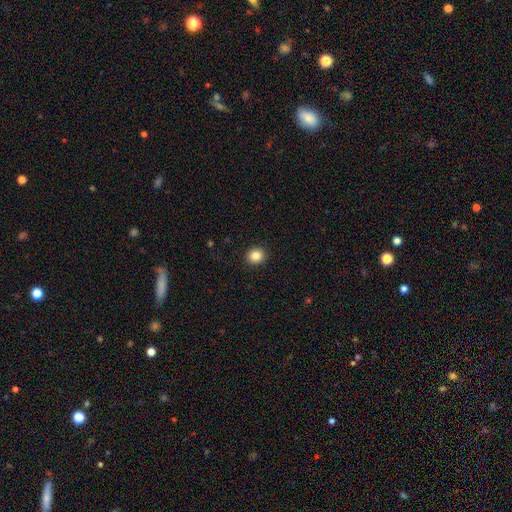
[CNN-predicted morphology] Smooth or featured: smooth — 84% (star or artifact — 10%)
How rounded: round — 86% (in between — 13%)
Merging: none — 92% (minor disturbance — 5%)